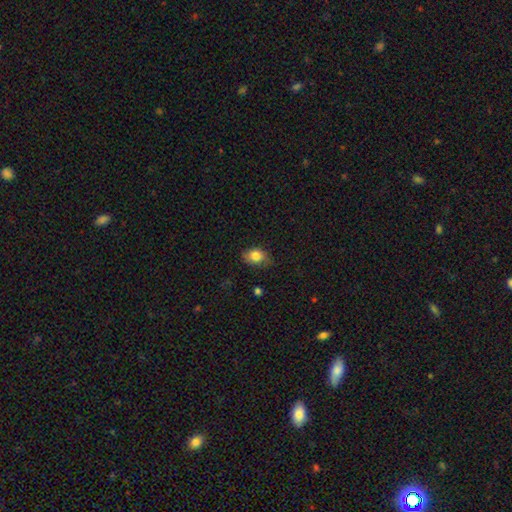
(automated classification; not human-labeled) The model was most divided on "merging": none: 72%, minor disturbance: 23%, major disturbance: 4%, merger: 1%. More confident: smooth or featured — smooth (82%); how rounded — in between (75%).